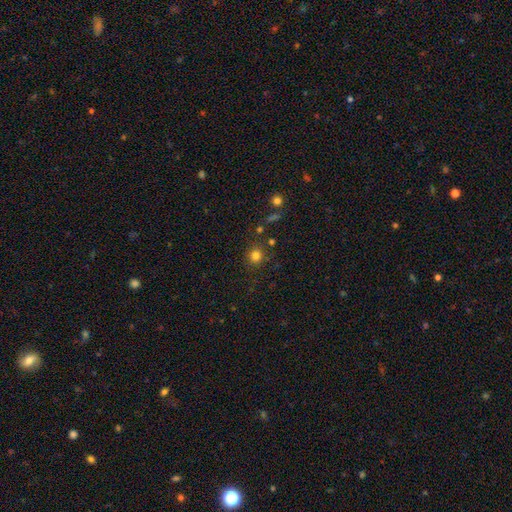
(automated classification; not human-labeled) Smooth or featured?
  - smooth: 79% *
  - star or artifact: 15%
  - featured or disk: 6%
How rounded?
  - round: 90% *
  - in between: 9%
  - cigar-shaped: 1%
Merging?
  - none: 85% *
  - minor disturbance: 8%
  - merger: 4%
  - major disturbance: 3%